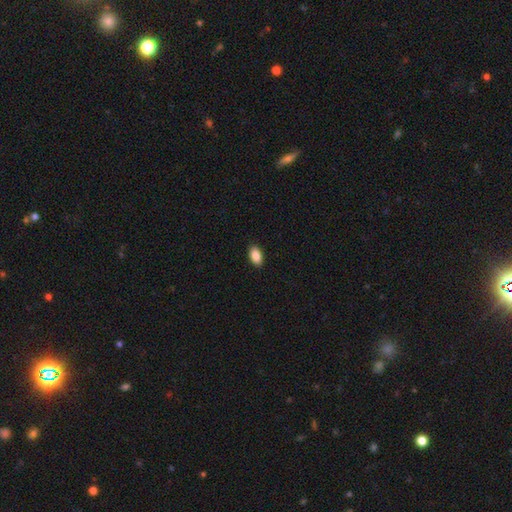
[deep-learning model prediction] The model was most divided on "smooth or featured": smooth: 88%, star or artifact: 7%, featured or disk: 5%. More confident: how rounded — in between (93%); merging — none (90%).